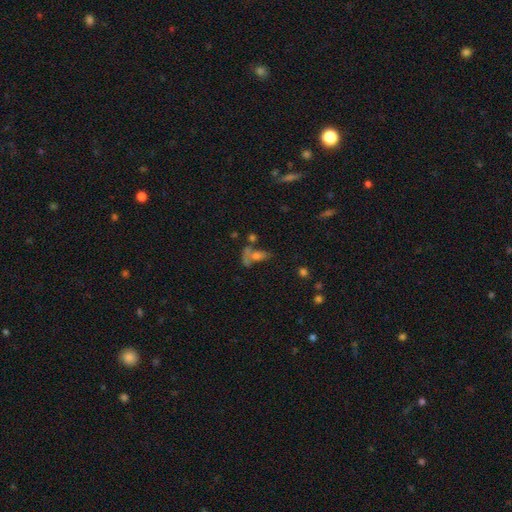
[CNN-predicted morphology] smooth-or-featured: smooth: 49% | featured or disk: 30% | star or artifact: 21%
  merging: merger: 35% | none: 31% | major disturbance: 20% | minor disturbance: 14%